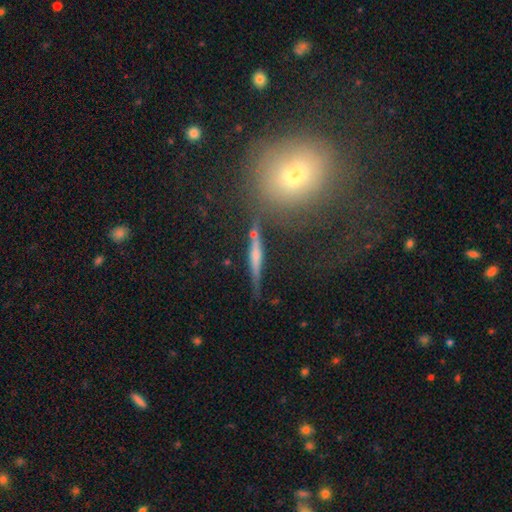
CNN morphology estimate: Smooth or featured? Predicted: featured or disk (p=0.49). Merging? Predicted: none (p=0.70).